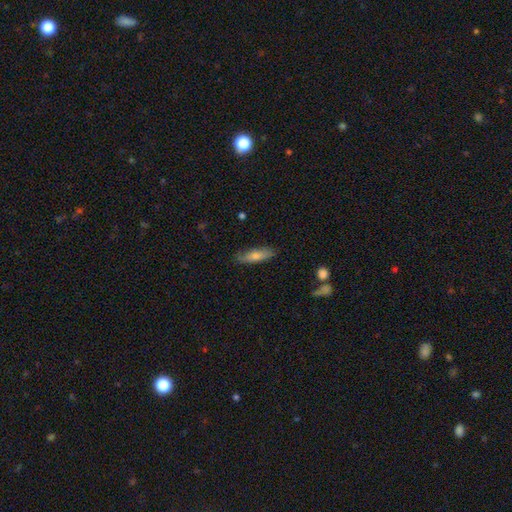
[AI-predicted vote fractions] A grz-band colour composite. It shows a smooth galaxy with no disk features (64%) that is cigar-shaped (66%). Merging: none (84%).